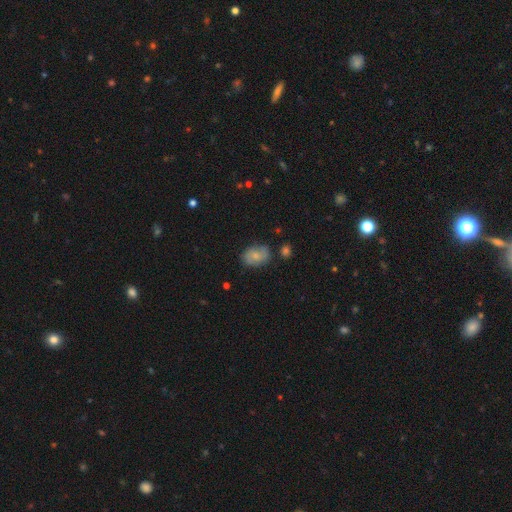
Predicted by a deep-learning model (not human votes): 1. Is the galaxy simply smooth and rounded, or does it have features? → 62% smooth, 29% featured or disk, 8% star or artifact.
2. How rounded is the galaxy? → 75% in between, 24% round, 1% cigar-shaped.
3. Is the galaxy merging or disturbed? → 71% none, 21% minor disturbance, 5% major disturbance, 3% merger.